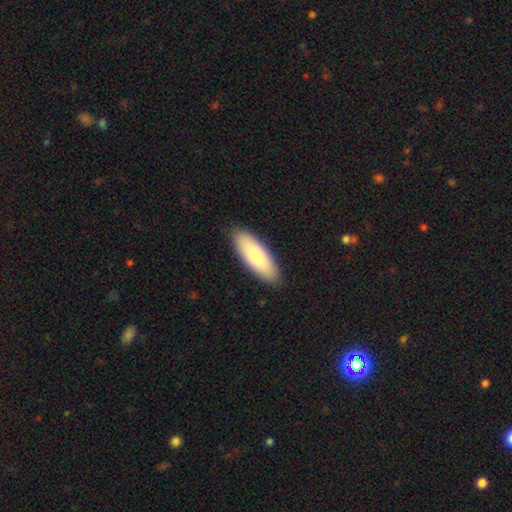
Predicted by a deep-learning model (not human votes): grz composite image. It shows a smooth galaxy with no disk features (79%) that is in between round and cigar-shaped (69%). Merging: none (88%).